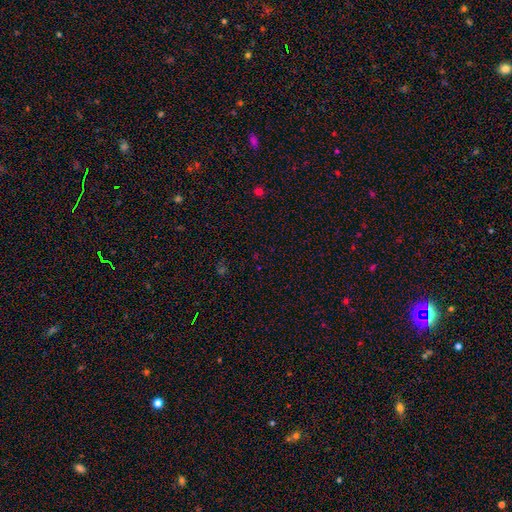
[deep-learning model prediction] Overall: star or artifact (63%; smooth 30%).